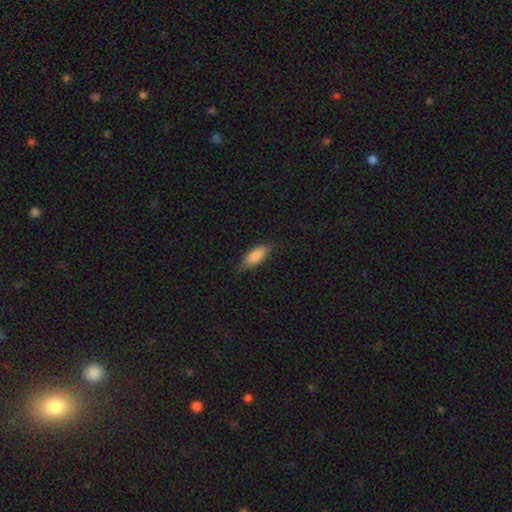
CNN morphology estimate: Overall: smooth (84%). How rounded: in between (77%). Merging: none (74%).